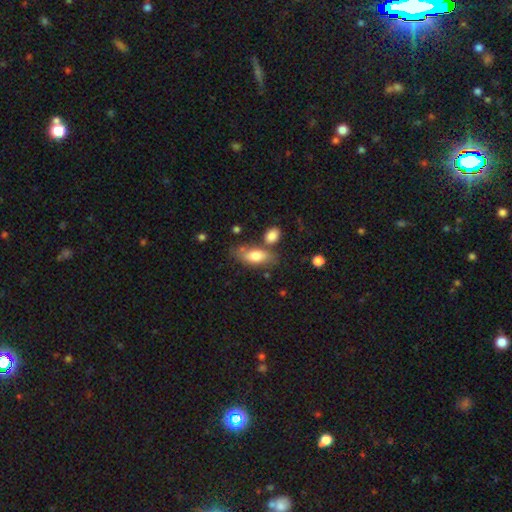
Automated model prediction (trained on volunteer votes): Smooth or featured?
  - smooth: 73% *
  - featured or disk: 20%
  - star or artifact: 7%
How rounded?
  - in between: 81% *
  - cigar-shaped: 15%
  - round: 4%
Merging?
  - none: 61% *
  - minor disturbance: 18%
  - merger: 15%
  - major disturbance: 6%